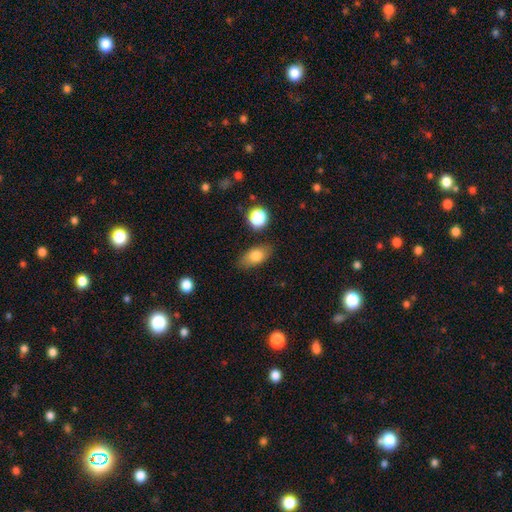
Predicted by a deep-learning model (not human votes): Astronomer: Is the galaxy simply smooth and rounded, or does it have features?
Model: smooth — 76%.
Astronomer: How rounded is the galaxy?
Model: in between — 85%.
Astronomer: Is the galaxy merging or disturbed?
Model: none — 81%.